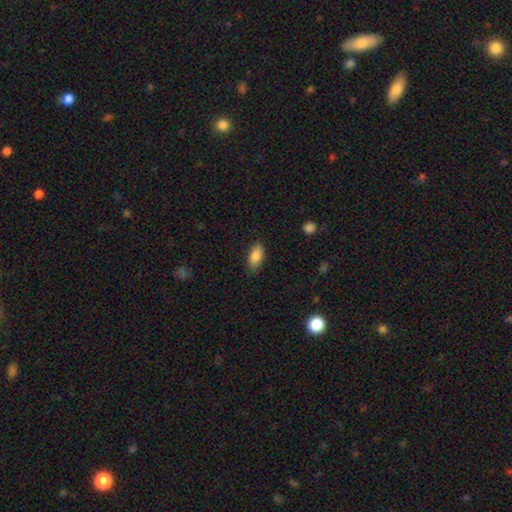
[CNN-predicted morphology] Smooth or featured? Predicted: smooth (p=0.88). How rounded? Predicted: in between (p=0.89). Merging? Predicted: none (p=0.83).